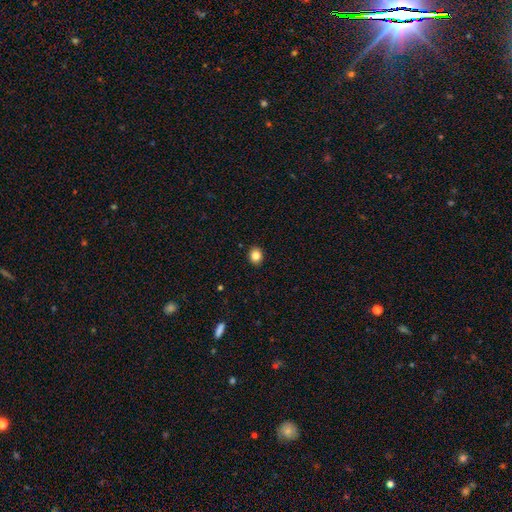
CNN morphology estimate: A smooth galaxy with no disk features (84%) that is round (64%). Merging: none (91%).